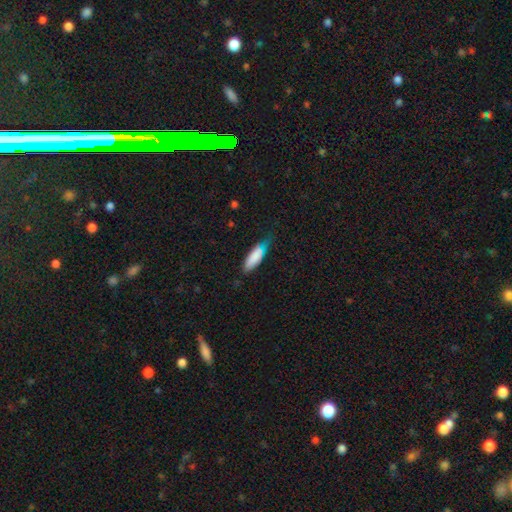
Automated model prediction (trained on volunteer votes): Morphology: type=smooth (82%); roundness=in between (60%); merging=none (47%).